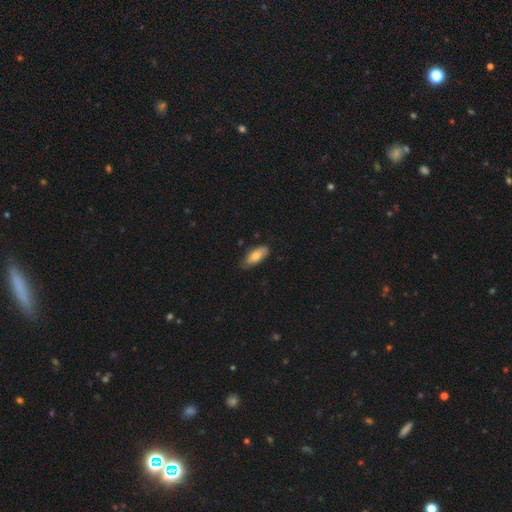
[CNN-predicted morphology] Smooth or featured? smooth (72%)
How rounded? in between (84%)
Merging? none (75%)